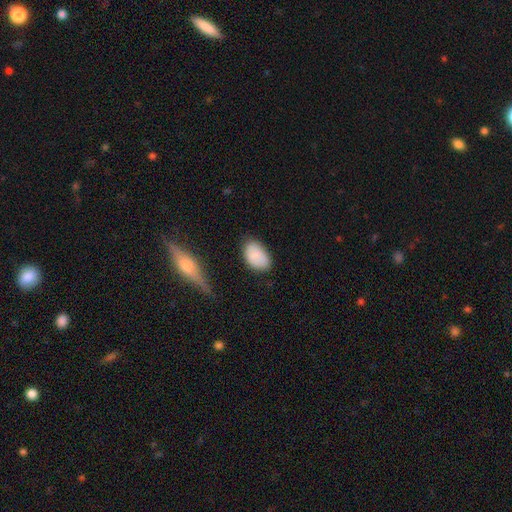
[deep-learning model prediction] Smooth or featured?
  - smooth: 85% *
  - featured or disk: 8%
  - star or artifact: 7%
How rounded?
  - in between: 91% *
  - round: 8%
  - cigar-shaped: 1%
Merging?
  - none: 71% *
  - minor disturbance: 21%
  - major disturbance: 5%
  - merger: 3%